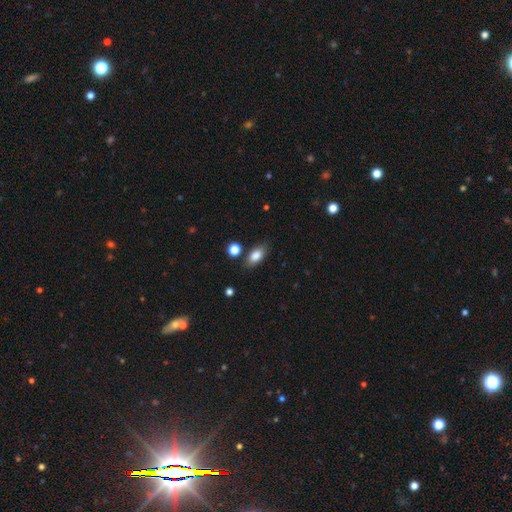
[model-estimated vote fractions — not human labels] Smooth or featured? smooth (84%)
How rounded? in between (87%)
Merging? none (79%)